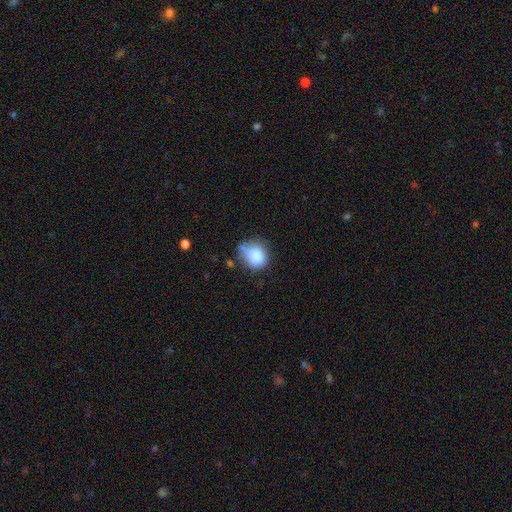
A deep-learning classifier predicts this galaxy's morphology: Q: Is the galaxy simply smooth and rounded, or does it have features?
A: smooth — 78%.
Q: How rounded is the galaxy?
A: round — 60%.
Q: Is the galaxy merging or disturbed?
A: none — 45%.